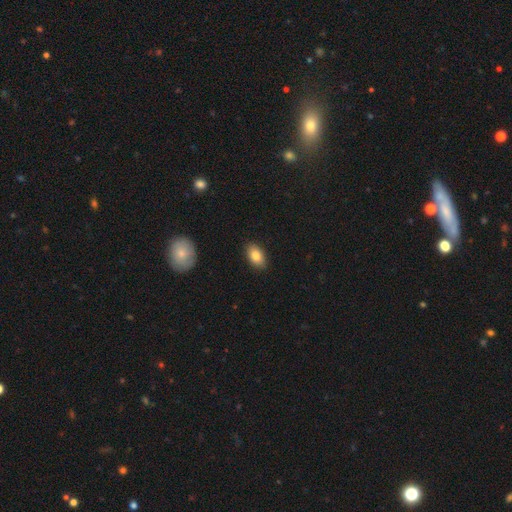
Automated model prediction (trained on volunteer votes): The model was most divided on "smooth or featured": smooth: 84%, featured or disk: 9%, star or artifact: 7%. More confident: how rounded — in between (91%); merging — none (88%).